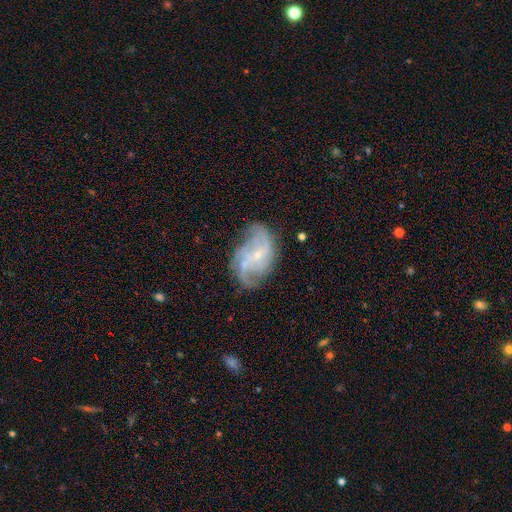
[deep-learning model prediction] Smooth or featured? featured or disk (83%)
Edge-on disk? no (97%)
Bar? no (62%)
Spiral arms? yes (94%)
Spiral winding? medium (44%)
Spiral arm count? 2 (32%)
Bulge size? small (81%)
Merging? none (60%)